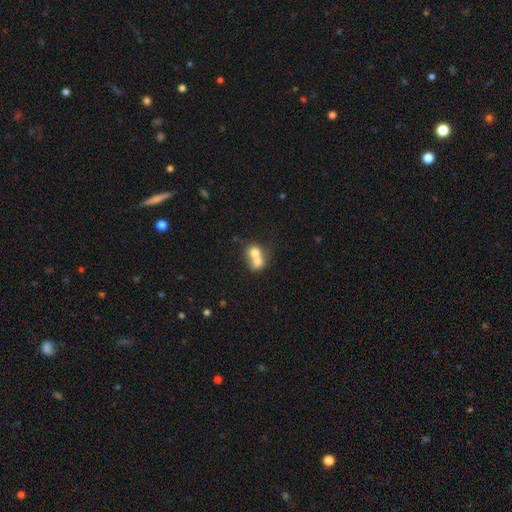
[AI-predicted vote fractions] The model was most divided on "how rounded": round: 66%, in between: 33%, cigar-shaped: 1%. More confident: merging — merger (74%); smooth or featured — smooth (69%).